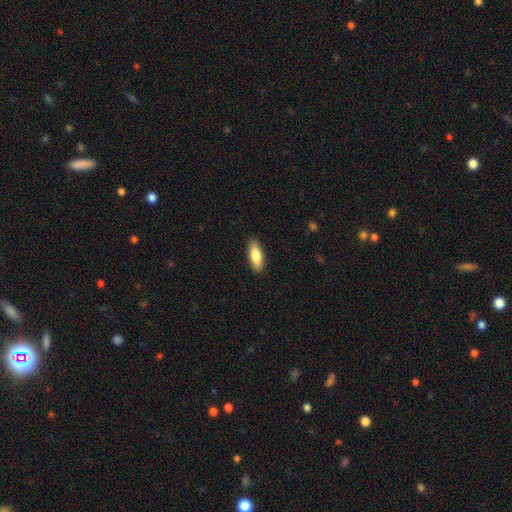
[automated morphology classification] type=smooth (82%); roundness=in between (66%); merging=none (89%).